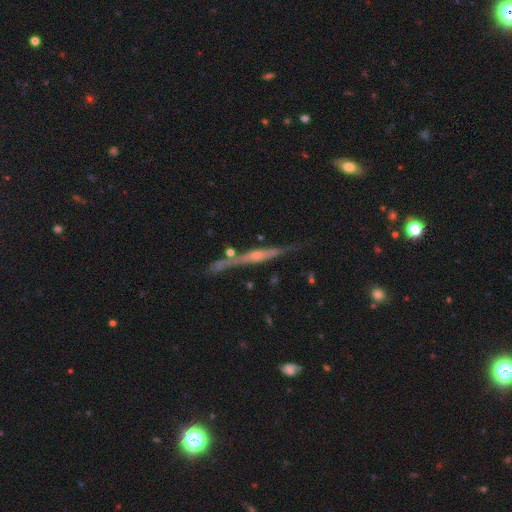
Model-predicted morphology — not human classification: A featured or disk galaxy (78%) viewed edge-on (97%) with a rounded central bulge (64%).

Vote fractions:
- Smooth or featured? featured or disk: 78% / smooth: 15% / star or artifact: 7%
- Edge-on disk? yes: 97% / no: 3%
- Edge-on bulge? rounded: 64% / none: 21% / boxy: 15%
- Merging? none: 76% / minor disturbance: 14% / merger: 6% / major disturbance: 4%